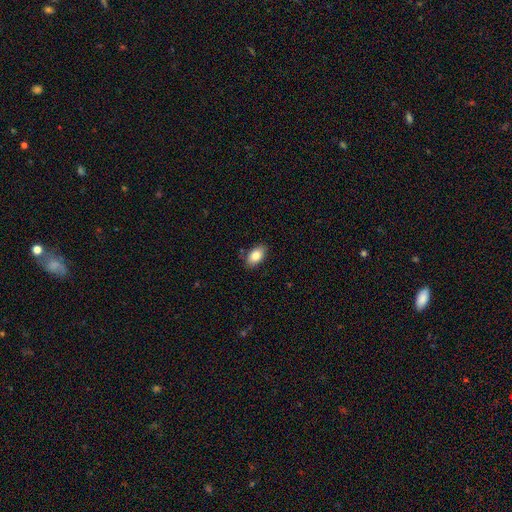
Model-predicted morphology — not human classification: This is clearly a smooth galaxy (83%). How rounded: clearly in between (92%). Merging: clearly none (85%).